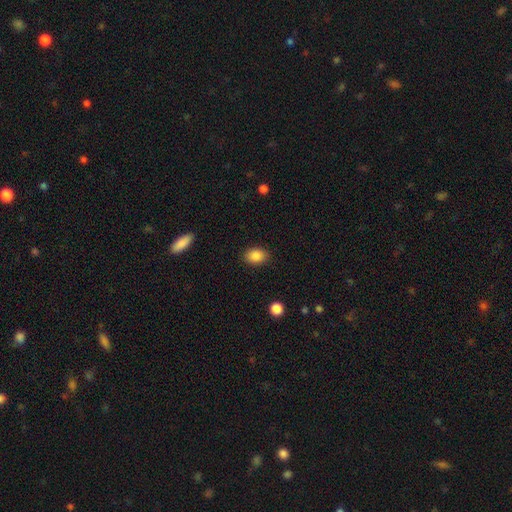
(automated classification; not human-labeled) This is clearly a smooth galaxy (87%). How rounded: likely in between (74%). Merging: clearly none (87%).